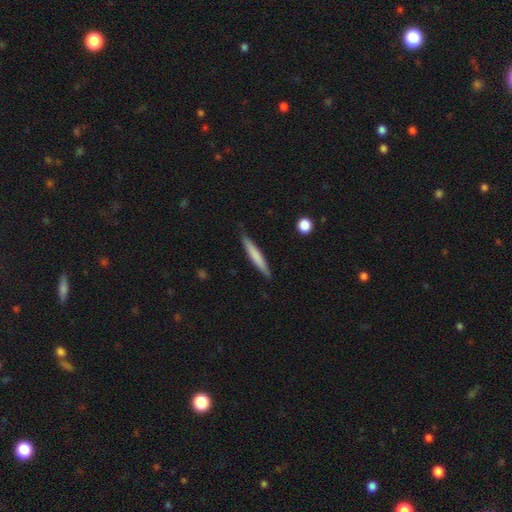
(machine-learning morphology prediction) Smooth or featured? Predicted: smooth (p=0.70). How rounded? Predicted: cigar-shaped (p=0.94). Merging? Predicted: none (p=0.86).